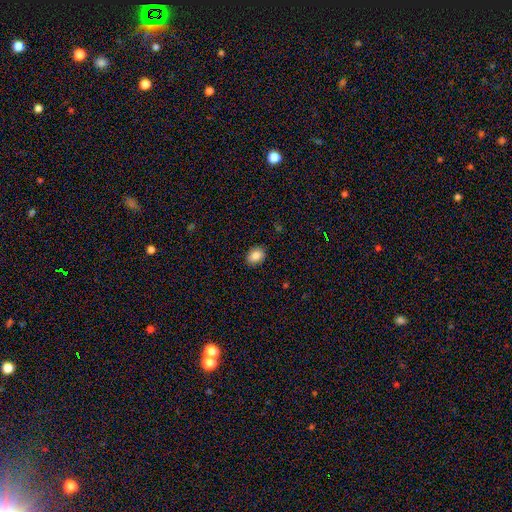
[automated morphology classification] Q: Smooth or featured?
A: smooth (87%); runner-up: star or artifact (8%)
Q: How rounded?
A: in between (70%); runner-up: round (29%)
Q: Merging?
A: none (88%); runner-up: minor disturbance (9%)